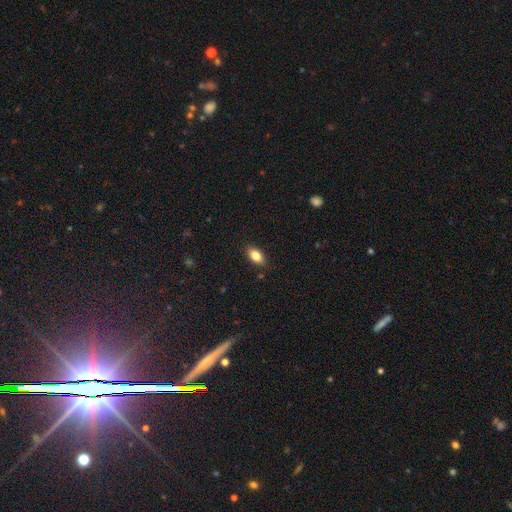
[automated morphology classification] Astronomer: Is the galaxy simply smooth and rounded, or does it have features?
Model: smooth — 83%.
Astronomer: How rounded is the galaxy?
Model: in between — 89%.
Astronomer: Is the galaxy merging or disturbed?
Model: none — 87%.